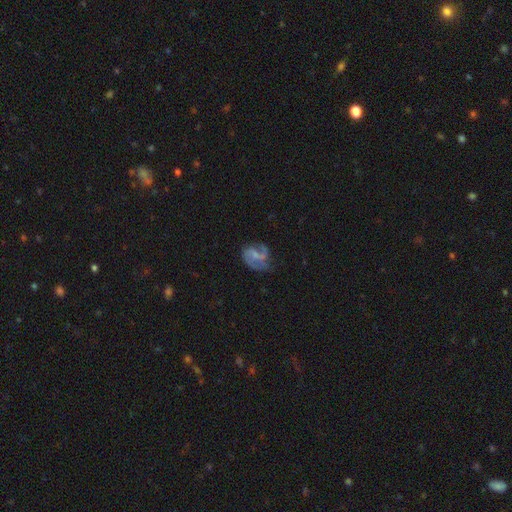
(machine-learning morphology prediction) Q: Smooth or featured?
A: featured or disk (71%); runner-up: smooth (21%)
Q: Edge-on disk?
A: no (98%); runner-up: yes (2%)
Q: Bar?
A: no (46%); runner-up: weak (43%)
Q: Spiral arms?
A: yes (86%); runner-up: no (14%)
Q: Spiral winding?
A: medium (47%); runner-up: loose (32%)
Q: Spiral arm count?
A: 2 (62%); runner-up: can't tell (14%)
Q: Bulge size?
A: small (45%); runner-up: none (31%)
Q: Merging?
A: none (48%); runner-up: minor disturbance (25%)